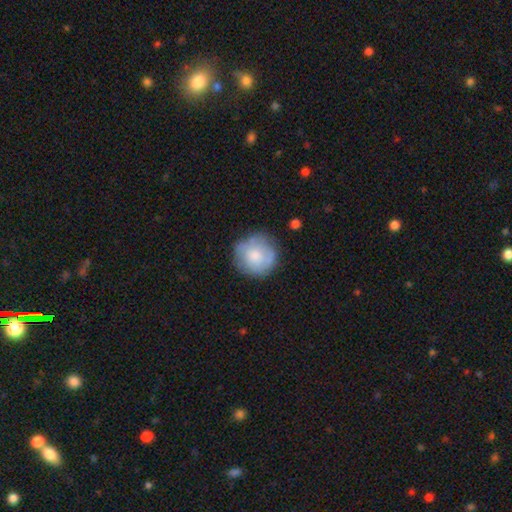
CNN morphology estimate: smooth_or_featured: smooth (p=0.67) [alt: featured or disk p=0.26]
how_rounded: round (p=0.93) [alt: in between p=0.06]
merging: none (p=0.72) [alt: minor disturbance p=0.19]